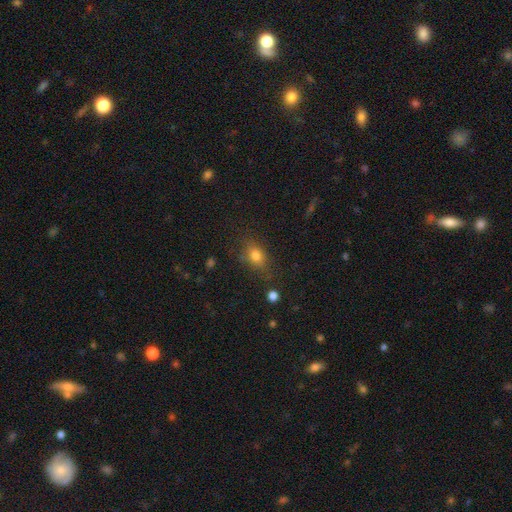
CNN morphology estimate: smooth_or_featured: smooth (p=0.78) [alt: star or artifact p=0.12]
how_rounded: in between (p=0.69) [alt: round p=0.28]
merging: none (p=0.74) [alt: minor disturbance p=0.18]